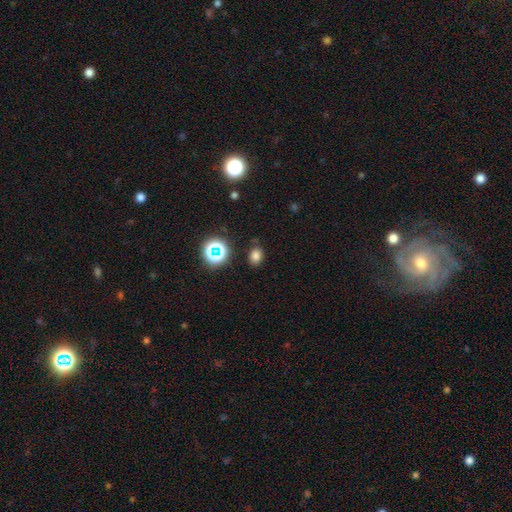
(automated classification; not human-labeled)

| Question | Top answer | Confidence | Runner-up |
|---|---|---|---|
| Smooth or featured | smooth | 75% | star or artifact (19%) |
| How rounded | in between | 68% | round (30%) |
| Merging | none | 81% | minor disturbance (13%) |